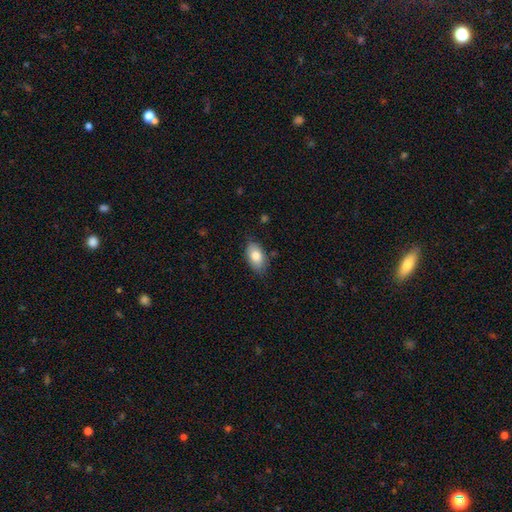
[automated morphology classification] This is clearly a smooth galaxy (80%). How rounded: clearly in between (92%). Merging: likely none (79%).